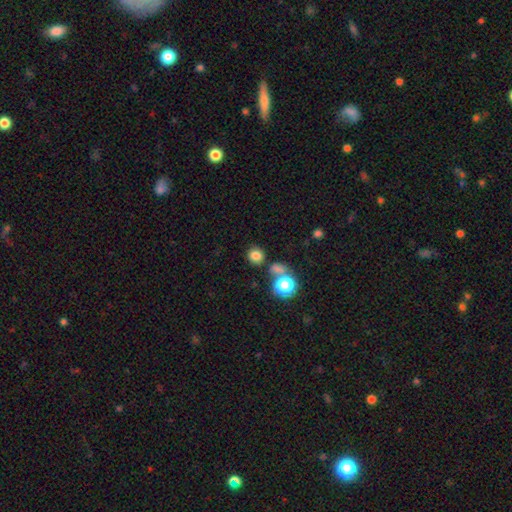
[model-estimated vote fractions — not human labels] Morphology: type=smooth (78%); roundness=round (81%); merging=none (77%).